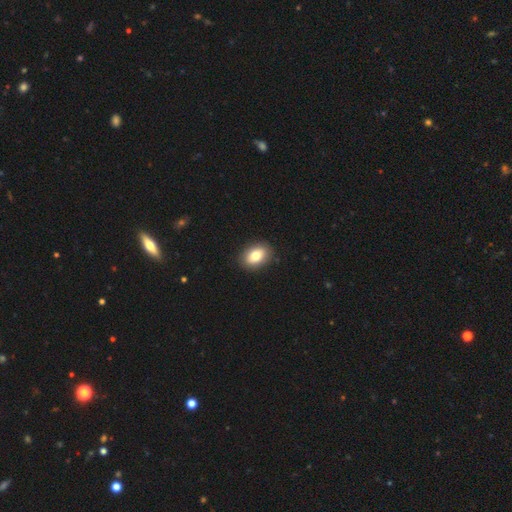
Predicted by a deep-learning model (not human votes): smooth 81%, featured or disk 11%, star or artifact 8%. Down the decision tree: how rounded — in between (79%); merging — none (89%).